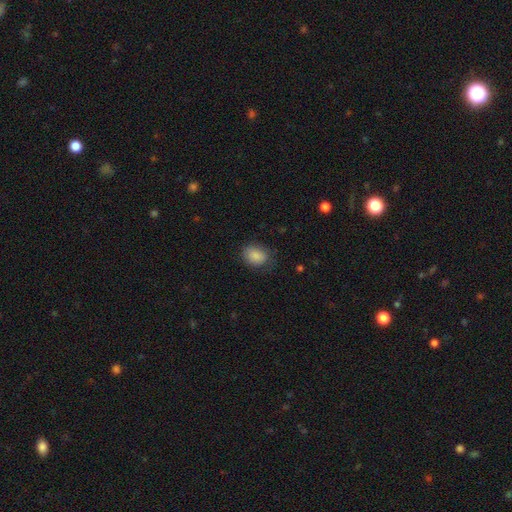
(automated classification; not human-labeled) Morphology: type=smooth (87%); roundness=in between (62%); merging=none (76%).